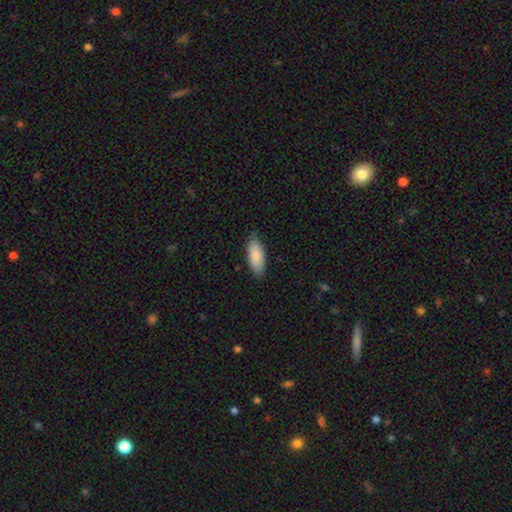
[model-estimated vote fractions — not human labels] Morphology: type=smooth (88%); roundness=in between (84%); merging=none (83%).